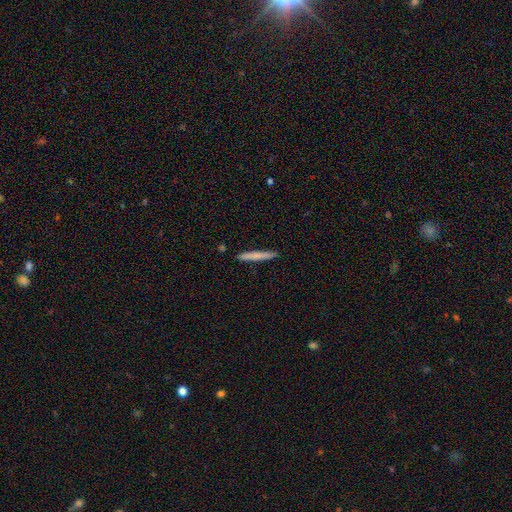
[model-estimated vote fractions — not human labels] Smooth or featured? smooth (73%)
How rounded? cigar-shaped (97%)
Merging? none (91%)